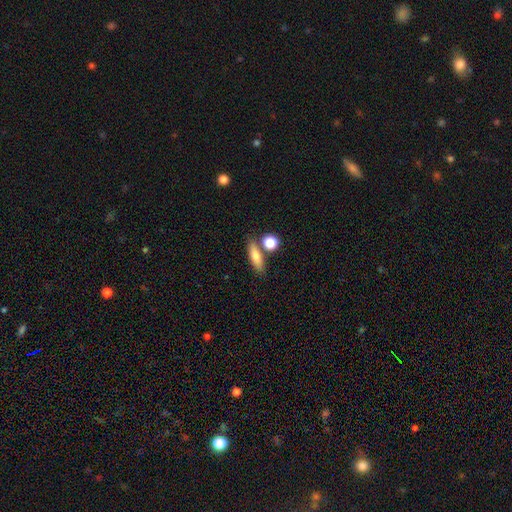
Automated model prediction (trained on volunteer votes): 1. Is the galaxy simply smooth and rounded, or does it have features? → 77% smooth, 15% featured or disk, 8% star or artifact.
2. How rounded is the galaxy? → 49% in between, 41% cigar-shaped, 10% round.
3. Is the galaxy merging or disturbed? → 67% none, 18% merger, 12% minor disturbance, 4% major disturbance.